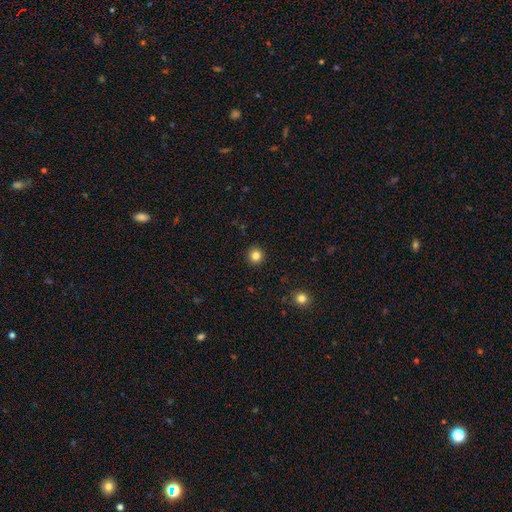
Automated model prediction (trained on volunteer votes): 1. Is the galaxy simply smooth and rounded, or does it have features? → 82% smooth, 13% star or artifact, 5% featured or disk.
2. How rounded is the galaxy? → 94% round, 5% in between, 1% cigar-shaped.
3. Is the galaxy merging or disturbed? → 93% none, 5% minor disturbance, 2% major disturbance, 1% merger.